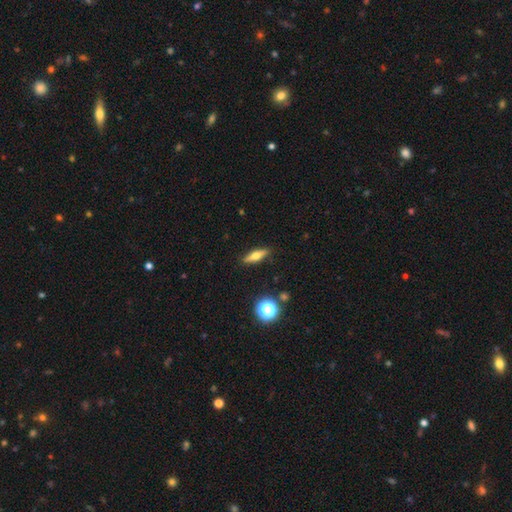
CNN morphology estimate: A smooth galaxy with no disk features (47%). Merging: none (88%).